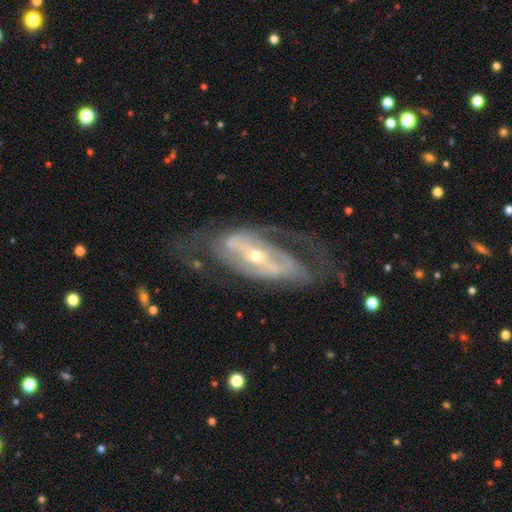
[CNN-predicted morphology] smooth-or-featured: featured or disk: 85% | smooth: 9% | star or artifact: 6%
  disk-edge-on: no: 90% | yes: 10%
    bar: strong: 43% | weak: 30% | no: 27%
    has-spiral-arms: yes: 82% | no: 18%
      spiral-winding: medium: 41% | tight: 39% | loose: 19%
      spiral-arm-count: 2: 67% | can't tell: 21% | 3: 5% | 1: 4% | 4: 2% | more than 4: 2%
    bulge-size: small: 60% | moderate: 36% | large: 2% | none: 1% | dominant: 1%
  merging: none: 61% | major disturbance: 19% | minor disturbance: 18% | merger: 2%